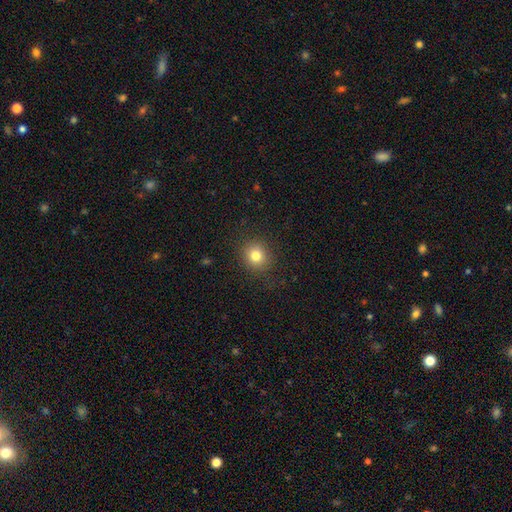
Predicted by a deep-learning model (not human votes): smooth 80%, star or artifact 12%, featured or disk 8%. Down the decision tree: how rounded — round (86%); merging — none (87%).